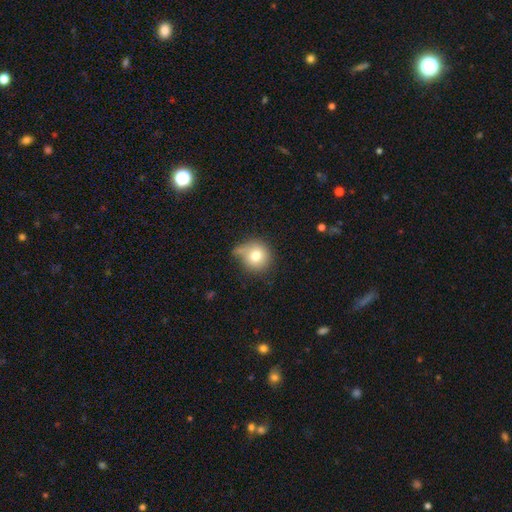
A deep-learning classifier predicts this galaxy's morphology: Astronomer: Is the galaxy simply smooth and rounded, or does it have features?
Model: smooth — 76%.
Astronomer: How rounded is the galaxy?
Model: round — 88%.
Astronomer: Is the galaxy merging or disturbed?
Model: none — 50% (runner-up: minor disturbance, 28%).